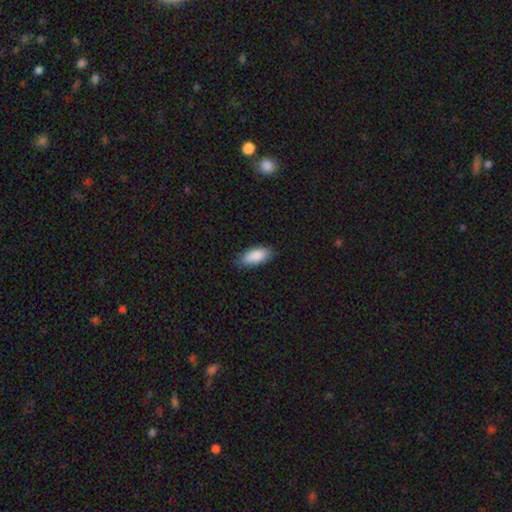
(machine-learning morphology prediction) A smooth galaxy with no disk features (89%) that is in between round and cigar-shaped (88%).

Vote fractions:
- Smooth or featured? smooth: 89% / star or artifact: 6% / featured or disk: 5%
- How rounded? in between: 88% / cigar-shaped: 10% / round: 2%
- Merging? none: 83% / minor disturbance: 14% / major disturbance: 2% / merger: 1%